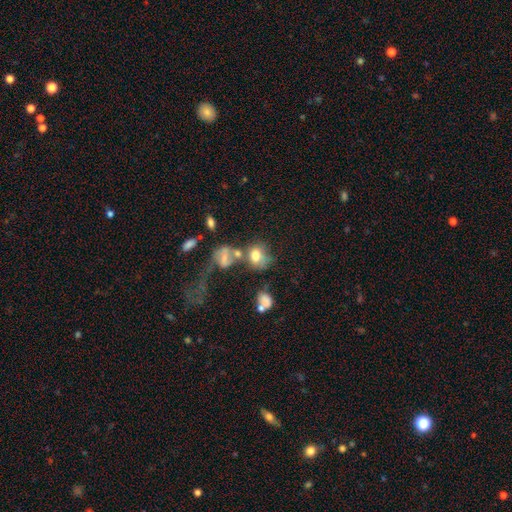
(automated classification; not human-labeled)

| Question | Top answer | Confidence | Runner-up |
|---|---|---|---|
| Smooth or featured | smooth | 66% | featured or disk (21%) |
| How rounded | in between | 53% | round (46%) |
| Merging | merger | 39% | none (29%) |